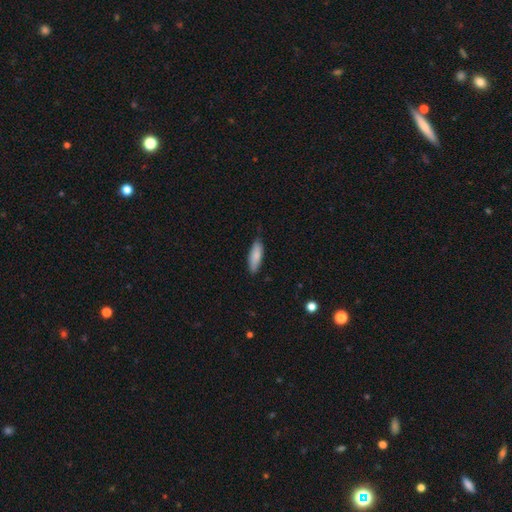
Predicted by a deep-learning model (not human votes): Smooth or featured? smooth (85%)
How rounded? in between (53%)
Merging? none (79%)